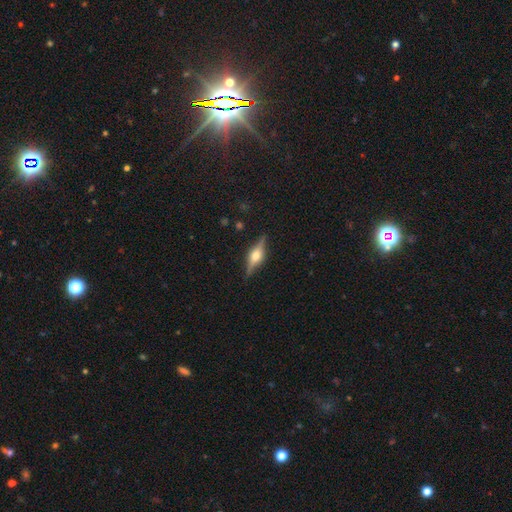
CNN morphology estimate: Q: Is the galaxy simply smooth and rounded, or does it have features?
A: featured or disk — 75%.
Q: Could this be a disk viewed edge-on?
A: yes — 96%.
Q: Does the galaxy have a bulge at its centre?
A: rounded — 90%.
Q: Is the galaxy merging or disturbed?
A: none — 87%.